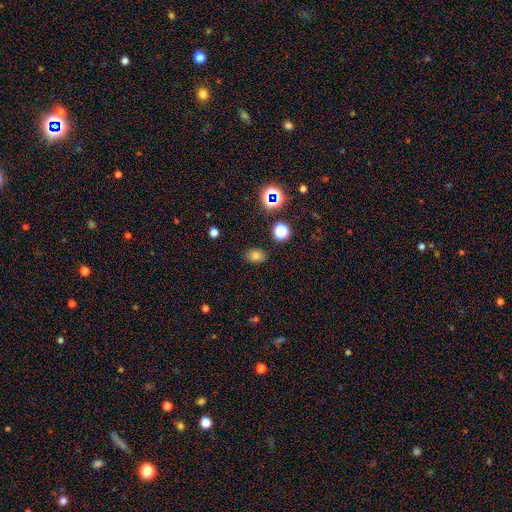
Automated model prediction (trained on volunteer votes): The model was most divided on "how rounded": in between: 68%, round: 31%, cigar-shaped: 1%. More confident: merging — none (84%); smooth or featured — smooth (72%).